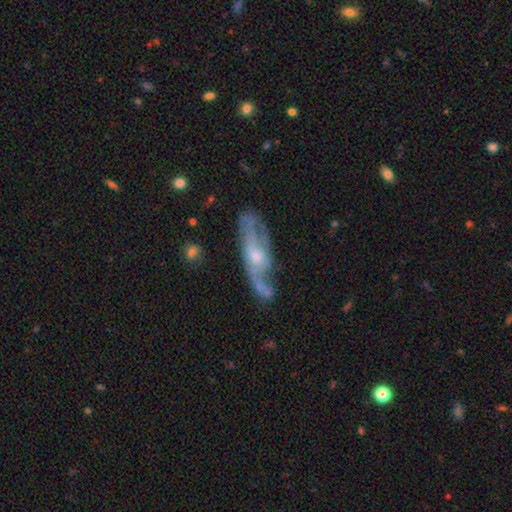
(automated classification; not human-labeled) featured or disk 73%, smooth 20%, star or artifact 7%. Down the decision tree: edge-on disk — no (65%); merging — none (58%).